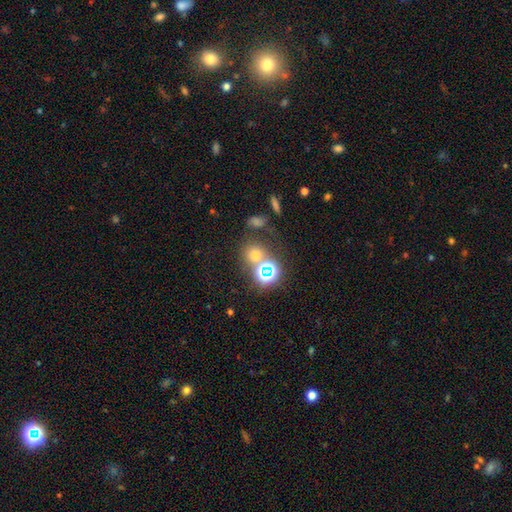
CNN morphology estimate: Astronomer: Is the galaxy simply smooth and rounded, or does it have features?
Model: smooth — 58% (runner-up: star or artifact, 33%).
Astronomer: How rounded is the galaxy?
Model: round — 79%.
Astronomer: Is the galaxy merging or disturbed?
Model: none — 61%.